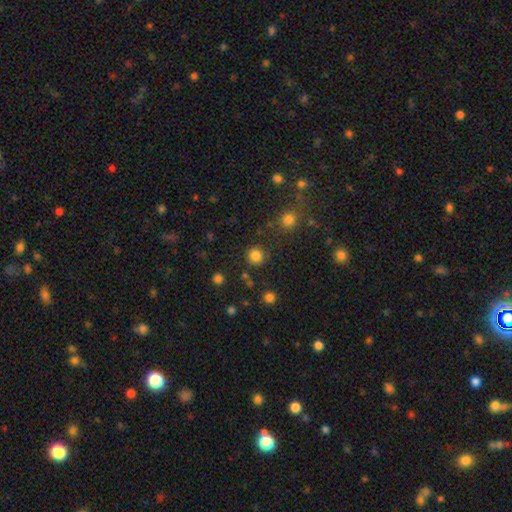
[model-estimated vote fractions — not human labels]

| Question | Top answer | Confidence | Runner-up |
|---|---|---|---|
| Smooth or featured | smooth | 83% | star or artifact (13%) |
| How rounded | round | 93% | in between (6%) |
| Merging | none | 87% | minor disturbance (7%) |